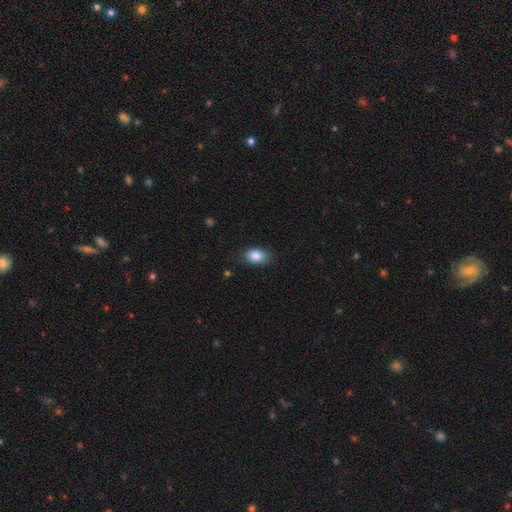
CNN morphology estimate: This is clearly a smooth galaxy (86%). How rounded: likely in between (71%). Merging: clearly none (81%).